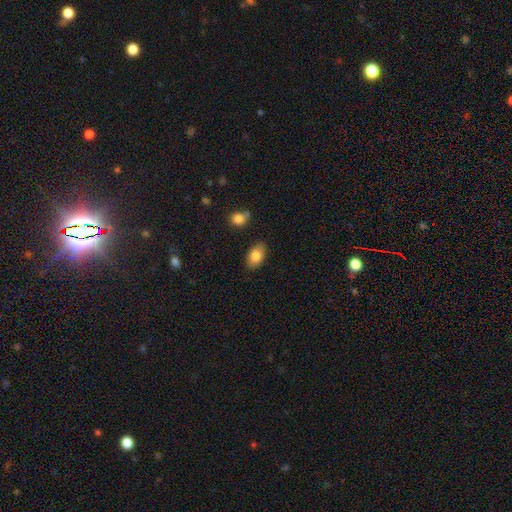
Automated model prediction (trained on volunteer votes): Overall: smooth (82%). How rounded: in between (91%). Merging: none (84%).